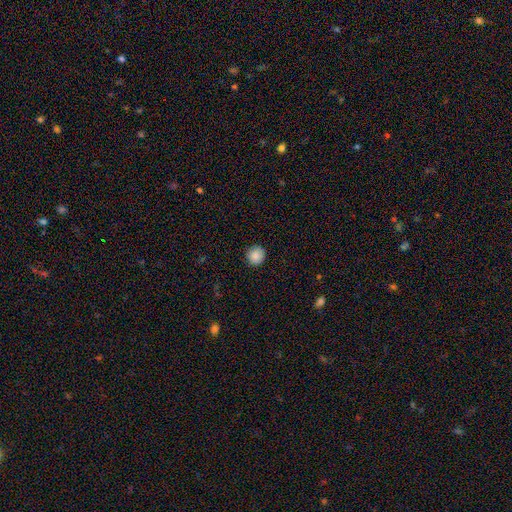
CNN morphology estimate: A smooth galaxy with no disk features (88%) that is round (93%). Merging: none (91%).